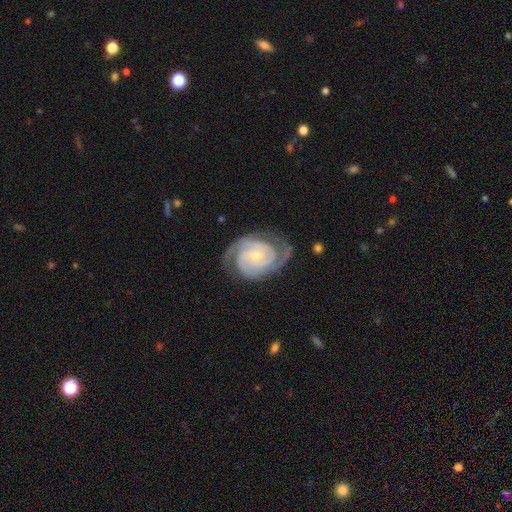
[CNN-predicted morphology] Smooth or featured? Predicted: featured or disk (p=0.92). Edge-on disk? Predicted: no (p=0.98). Bar? Predicted: no (p=0.70). Spiral arms? Predicted: yes (p=0.98). Spiral winding? Predicted: tight (p=0.69). Spiral arm count? Predicted: 2 (p=0.67). Bulge size? Predicted: small (p=0.62). Merging? Predicted: none (p=0.77).